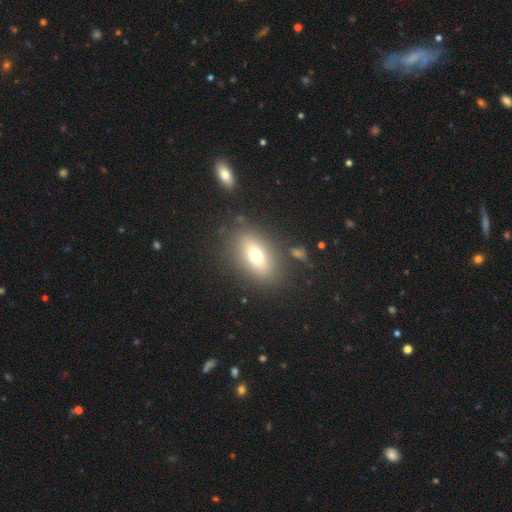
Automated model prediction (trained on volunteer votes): Smooth or featured?
  - smooth: 67% *
  - featured or disk: 22%
  - star or artifact: 10%
How rounded?
  - in between: 82% *
  - round: 11%
  - cigar-shaped: 7%
Merging?
  - none: 81% *
  - minor disturbance: 10%
  - major disturbance: 5%
  - merger: 4%